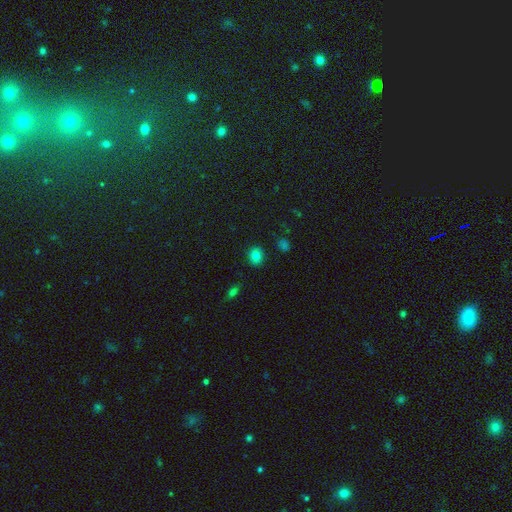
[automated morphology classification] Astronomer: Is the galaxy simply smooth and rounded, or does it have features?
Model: smooth — 82%.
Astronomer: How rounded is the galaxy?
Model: round — 54% (runner-up: in between, 45%).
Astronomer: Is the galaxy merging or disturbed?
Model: none — 88%.